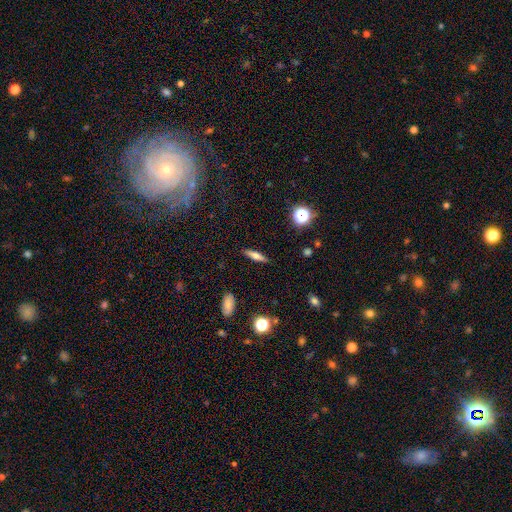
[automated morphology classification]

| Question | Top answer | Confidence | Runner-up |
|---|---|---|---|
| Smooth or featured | smooth | 55% | featured or disk (35%) |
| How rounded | cigar-shaped | 72% | in between (25%) |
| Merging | none | 89% | minor disturbance (8%) |